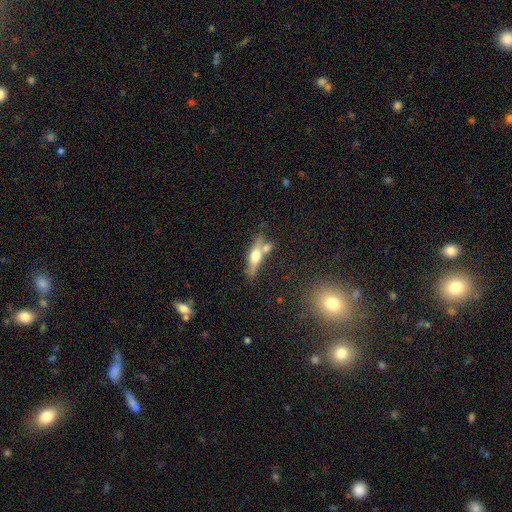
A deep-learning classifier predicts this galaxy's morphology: This appears to be a featured or disk galaxy (57%) viewed edge-on (89%) with a rounded central bulge (92%). Merging: none (56%).